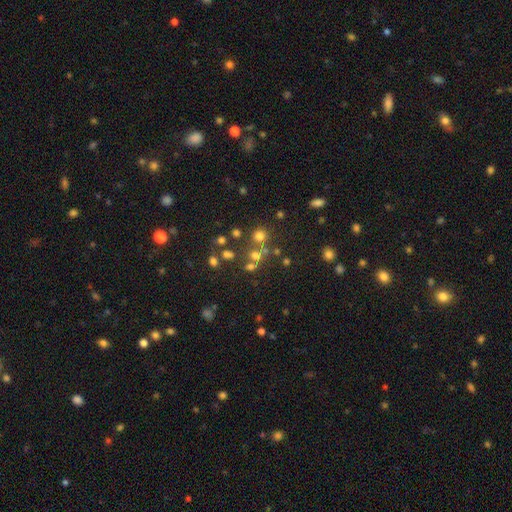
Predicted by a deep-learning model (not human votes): smooth-or-featured: smooth: 55% | star or artifact: 31% | featured or disk: 14%
  how-rounded: round: 80% | in between: 19% | cigar-shaped: 1%
  merging: none: 58% | merger: 27% | minor disturbance: 10% | major disturbance: 6%